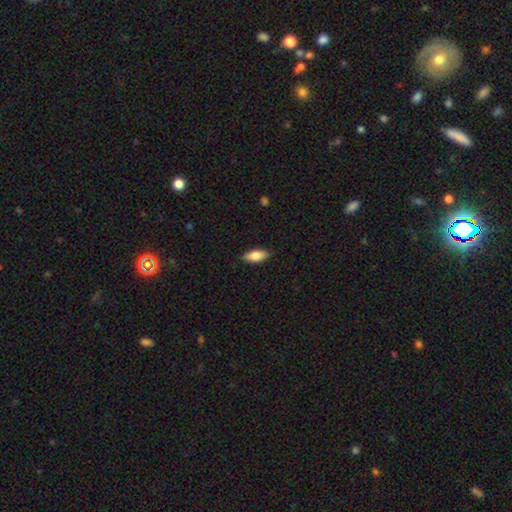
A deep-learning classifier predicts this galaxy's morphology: This is likely a smooth galaxy (78%). How rounded: clearly in between (82%). Merging: clearly none (88%).